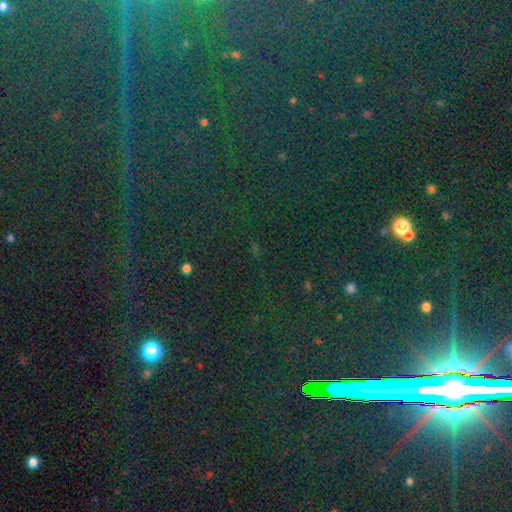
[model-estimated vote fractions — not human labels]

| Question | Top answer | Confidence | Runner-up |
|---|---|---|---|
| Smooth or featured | star or artifact | 83% | smooth (10%) |